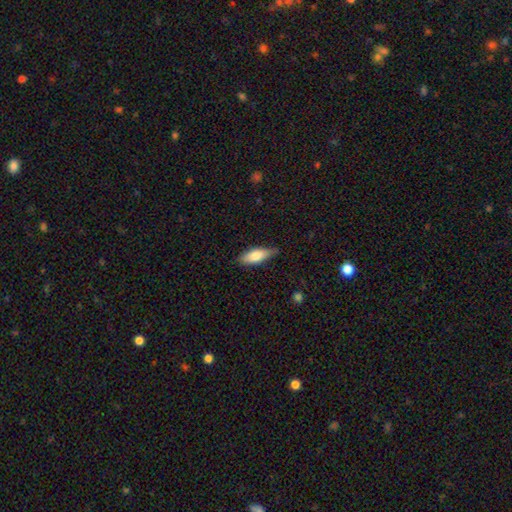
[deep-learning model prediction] Morphology: type=smooth (78%); roundness=in between (68%); merging=none (72%).